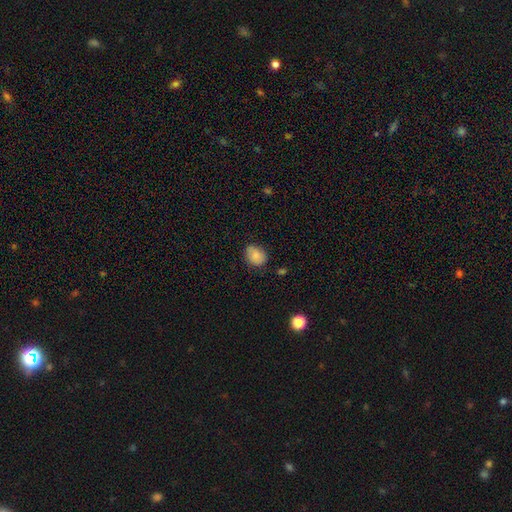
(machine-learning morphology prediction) This is clearly a smooth galaxy (82%). How rounded: possibly in between (57%). Merging: likely none (76%).